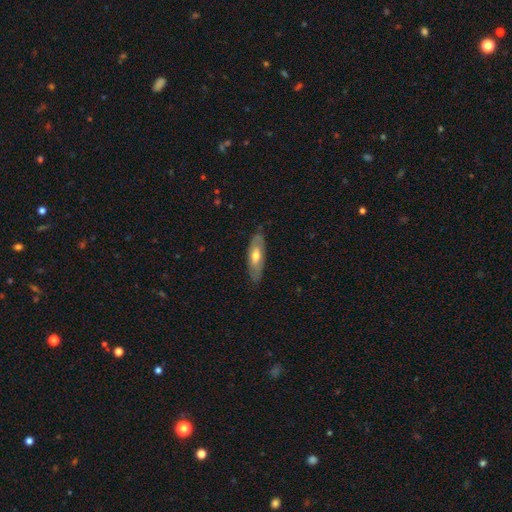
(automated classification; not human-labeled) Smooth or featured? smooth (48%)
Merging? none (80%)